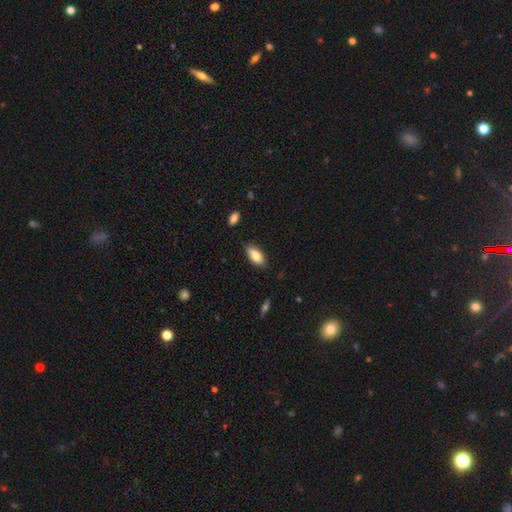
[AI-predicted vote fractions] smooth-or-featured: smooth: 85% | featured or disk: 8% | star or artifact: 7%
  how-rounded: in between: 87% | cigar-shaped: 11% | round: 2%
  merging: none: 82% | minor disturbance: 14% | major disturbance: 2% | merger: 1%